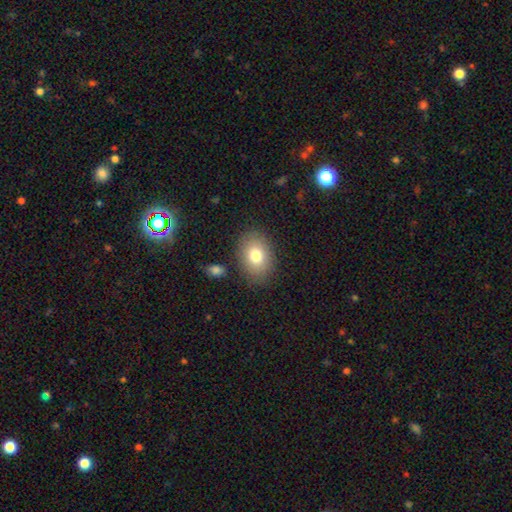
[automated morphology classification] This is likely a smooth galaxy (78%). How rounded: likely in between (74%). Merging: clearly none (83%).